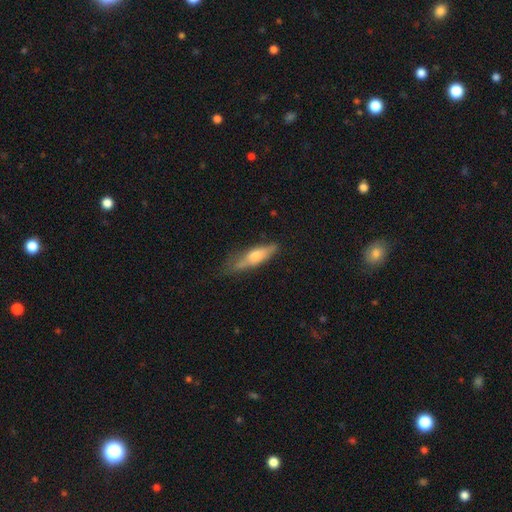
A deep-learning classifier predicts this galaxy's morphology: smooth-or-featured: smooth: 54% | featured or disk: 39% | star or artifact: 7%
  how-rounded: cigar-shaped: 67% | in between: 31% | round: 2%
  merging: none: 56% | minor disturbance: 31% | major disturbance: 10% | merger: 3%